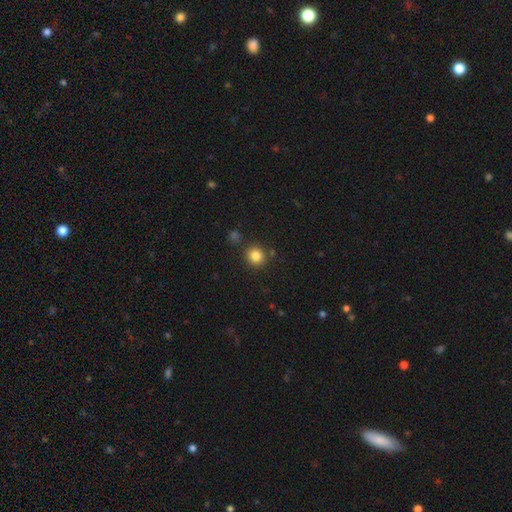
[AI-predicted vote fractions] The model was most divided on "smooth or featured": smooth: 83%, star or artifact: 11%, featured or disk: 5%. More confident: how rounded — round (90%); merging — none (84%).